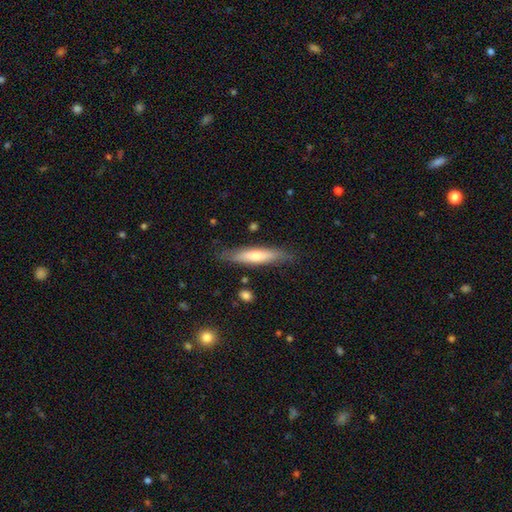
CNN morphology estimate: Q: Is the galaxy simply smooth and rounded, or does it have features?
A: smooth — 61%.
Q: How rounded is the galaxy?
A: cigar-shaped — 84%.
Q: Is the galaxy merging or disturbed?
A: none — 82%.